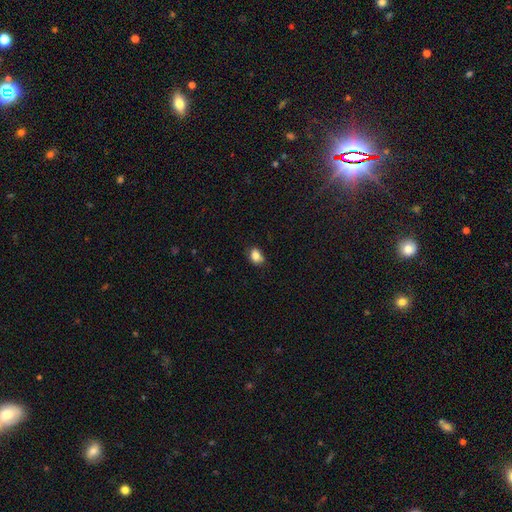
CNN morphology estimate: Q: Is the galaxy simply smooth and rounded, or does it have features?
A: smooth — 82%.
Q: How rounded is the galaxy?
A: in between — 62%.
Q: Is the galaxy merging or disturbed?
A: none — 65%.